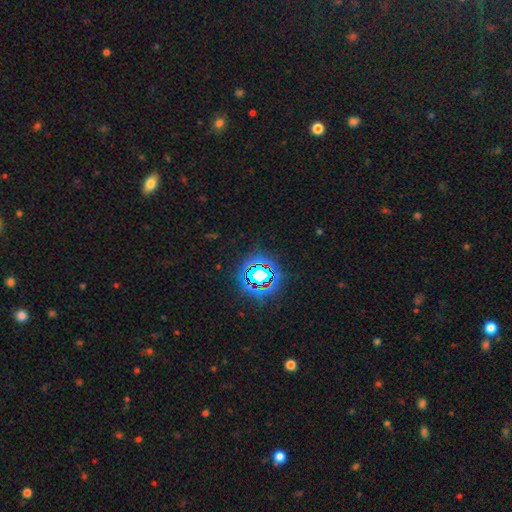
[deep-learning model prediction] A star or artifact, not a galaxy (79%).